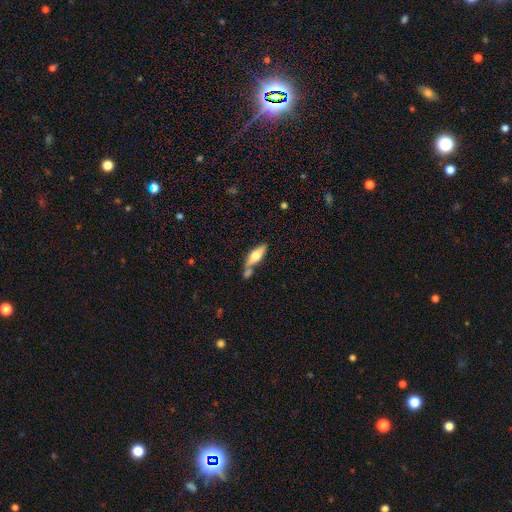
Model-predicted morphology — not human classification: Overall: smooth (62%; featured or disk 32%). How rounded: in between (59%; cigar-shaped 39%). Merging: none (46%; merger 34%).